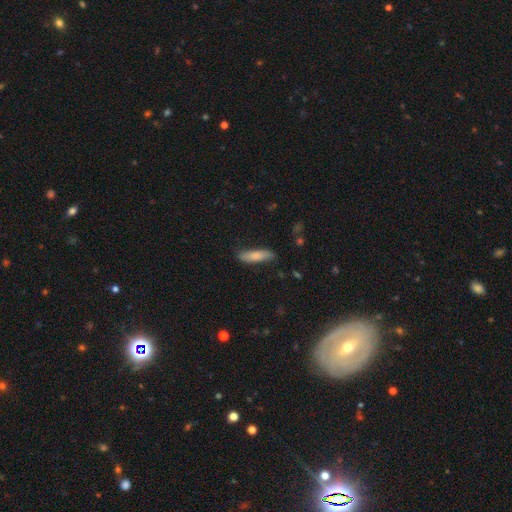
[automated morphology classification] Overall: smooth (79%). How rounded: cigar-shaped (68%; in between 31%). Merging: none (80%).